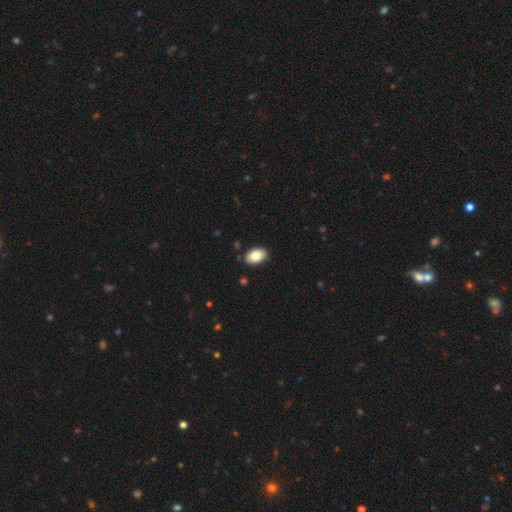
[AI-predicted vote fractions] Morphology: type=smooth (85%); roundness=in between (89%); merging=none (89%).